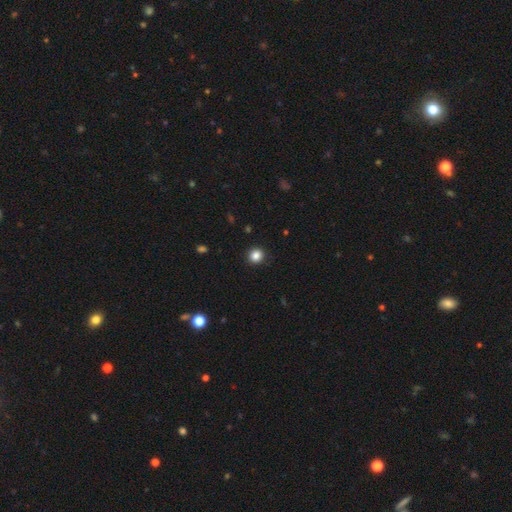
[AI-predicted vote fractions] This is clearly a smooth galaxy (85%). How rounded: clearly round (92%). Merging: clearly none (92%).